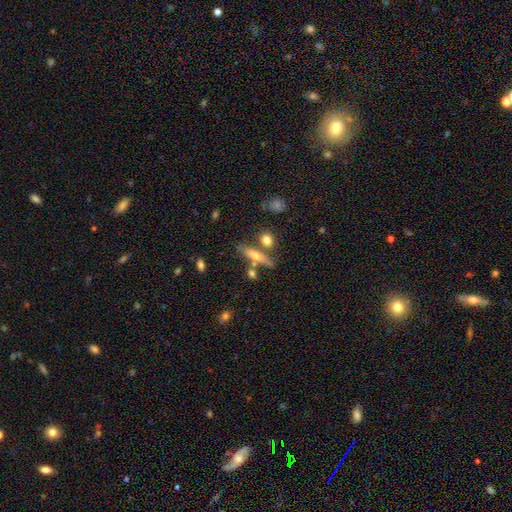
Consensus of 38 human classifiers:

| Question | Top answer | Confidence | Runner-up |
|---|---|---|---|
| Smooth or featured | featured or disk | 55% | smooth (39%) |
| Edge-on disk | yes | 95% | no (5%) |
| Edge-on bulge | rounded | 60% | none (35%) |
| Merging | none | 50% | merger (22%) |